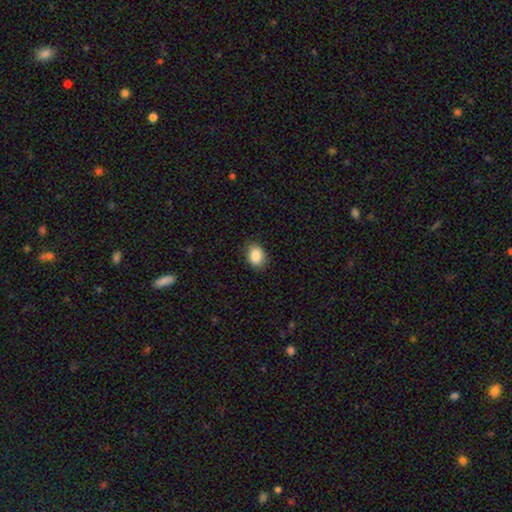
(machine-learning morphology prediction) This is clearly a smooth galaxy (87%). How rounded: likely in between (64%). Merging: clearly none (84%).